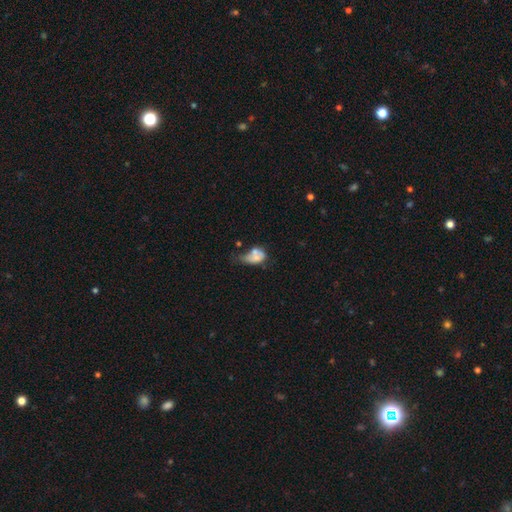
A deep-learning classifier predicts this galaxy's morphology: Overall: smooth (62%; featured or disk 28%). How rounded: in between (80%). Merging: merger (33%; major disturbance 28%).